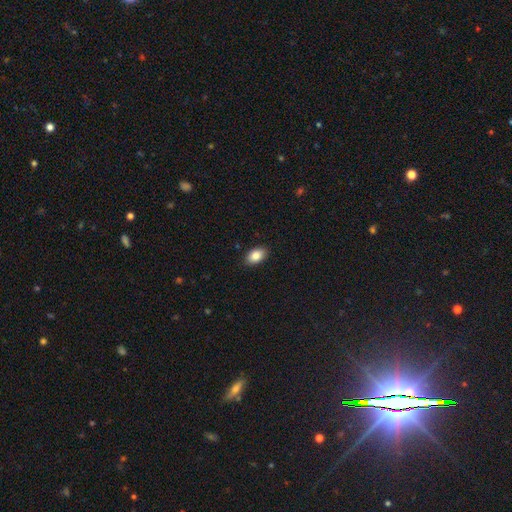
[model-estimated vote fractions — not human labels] A smooth galaxy with no disk features (85%) that is in between round and cigar-shaped (91%).

Vote fractions:
- Smooth or featured? smooth: 85% / star or artifact: 8% / featured or disk: 7%
- How rounded? in between: 91% / round: 8% / cigar-shaped: 1%
- Merging? none: 89% / minor disturbance: 8% / major disturbance: 2% / merger: 1%